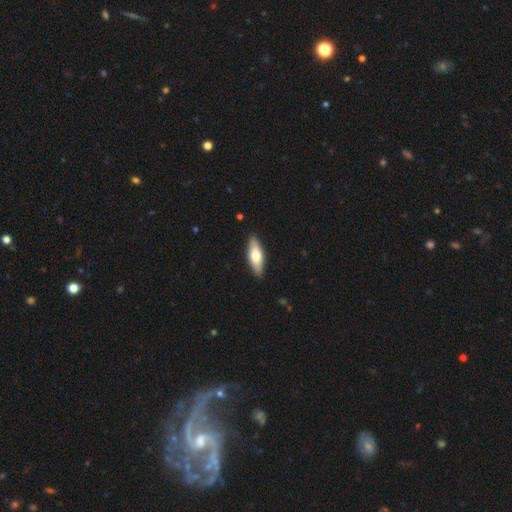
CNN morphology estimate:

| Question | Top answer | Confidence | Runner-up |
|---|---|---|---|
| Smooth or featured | smooth | 67% | featured or disk (28%) |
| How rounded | in between | 65% | cigar-shaped (33%) |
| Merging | none | 88% | minor disturbance (9%) |